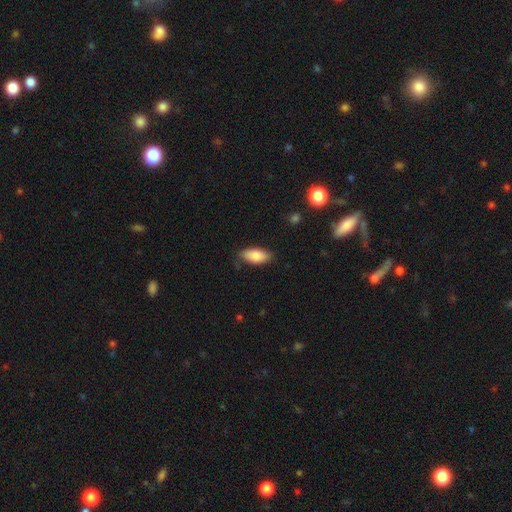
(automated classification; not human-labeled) smooth 81%, featured or disk 12%, star or artifact 6%. Down the decision tree: how rounded — in between (87%); merging — none (79%).